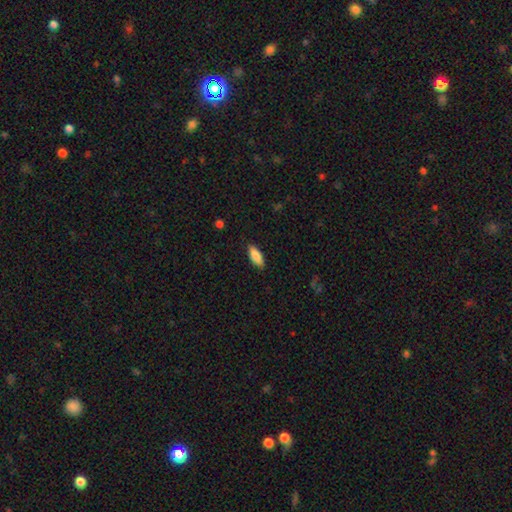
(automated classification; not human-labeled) Q: Smooth or featured?
A: smooth (85%); runner-up: featured or disk (9%)
Q: How rounded?
A: in between (70%); runner-up: cigar-shaped (28%)
Q: Merging?
A: none (87%); runner-up: minor disturbance (10%)